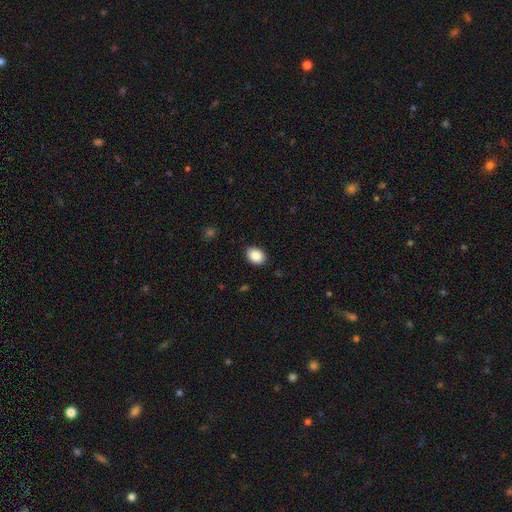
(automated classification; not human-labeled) Smooth or featured? smooth (87%)
How rounded? in between (68%)
Merging? none (86%)